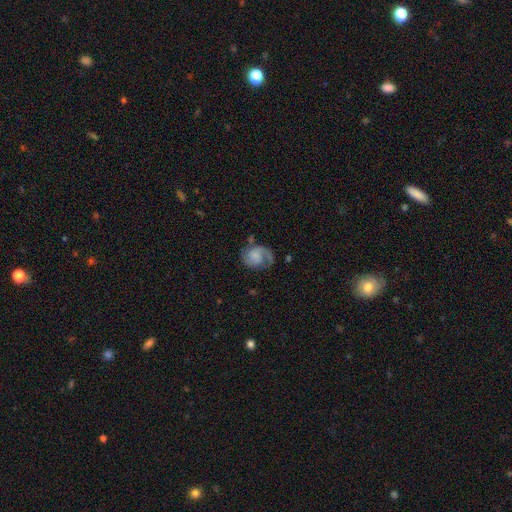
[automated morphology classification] Overall: featured or disk (71%). Edge-on disk: no (98%). Bar: no (58%; weak 35%). Spiral arms: yes (93%). Spiral arm count: 2 (78%). Spiral winding: medium (49%; tight 28%). Bulge size: none (44%; small 23%). Merging: none (59%; minor disturbance 22%).